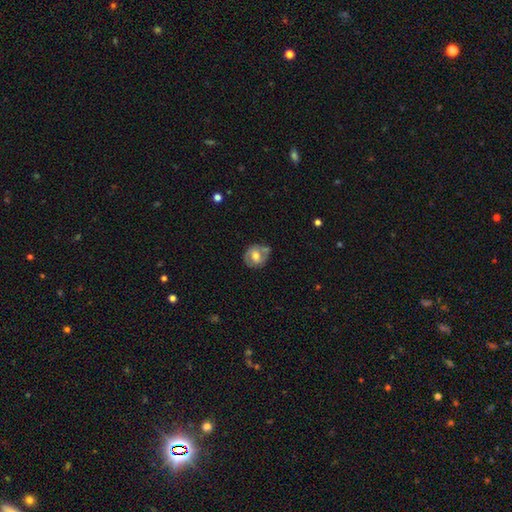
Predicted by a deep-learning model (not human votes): smooth-or-featured: featured or disk: 50% | smooth: 43% | star or artifact: 7%
  disk-edge-on: no: 96% | yes: 4%
  merging: none: 58% | minor disturbance: 22% | merger: 12% | major disturbance: 7%